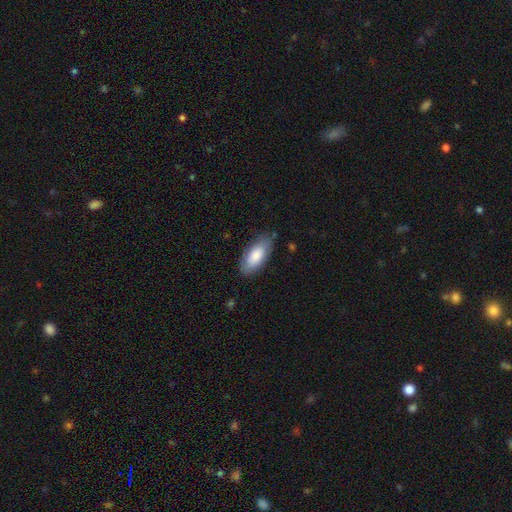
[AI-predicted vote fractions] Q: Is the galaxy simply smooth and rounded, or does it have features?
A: smooth — 82%.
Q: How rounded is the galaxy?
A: in between — 89%.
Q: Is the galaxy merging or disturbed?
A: none — 80%.